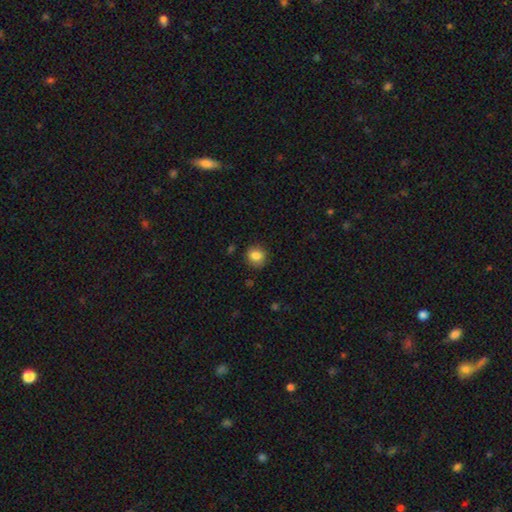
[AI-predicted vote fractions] A smooth galaxy with no disk features (86%) that is round (86%).

Vote fractions:
- Smooth or featured? smooth: 86% / star or artifact: 10% / featured or disk: 5%
- How rounded? round: 86% / in between: 13% / cigar-shaped: 1%
- Merging? none: 87% / minor disturbance: 9% / major disturbance: 2% / merger: 1%